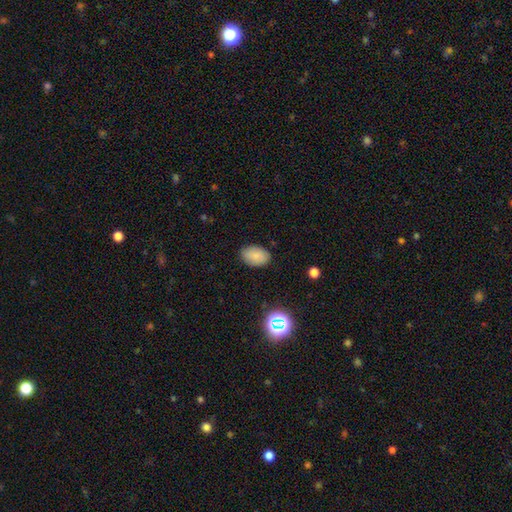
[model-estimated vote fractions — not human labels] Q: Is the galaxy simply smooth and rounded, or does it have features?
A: smooth — 83%.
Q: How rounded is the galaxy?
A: in between — 87%.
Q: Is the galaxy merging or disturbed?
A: none — 83%.